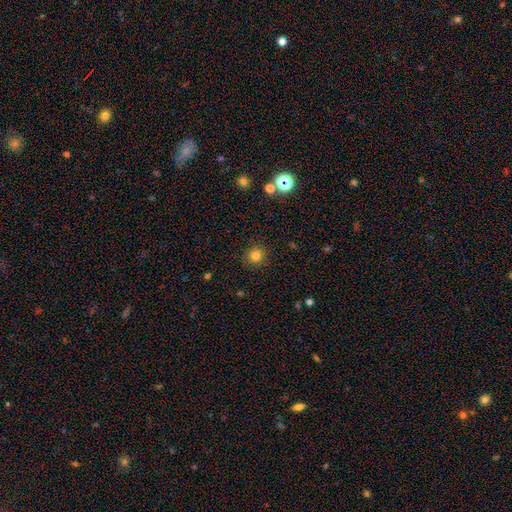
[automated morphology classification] Smooth or featured?
  - smooth: 81% *
  - star or artifact: 14%
  - featured or disk: 5%
How rounded?
  - round: 93% *
  - in between: 6%
  - cigar-shaped: 1%
Merging?
  - none: 90% *
  - minor disturbance: 6%
  - major disturbance: 2%
  - merger: 1%